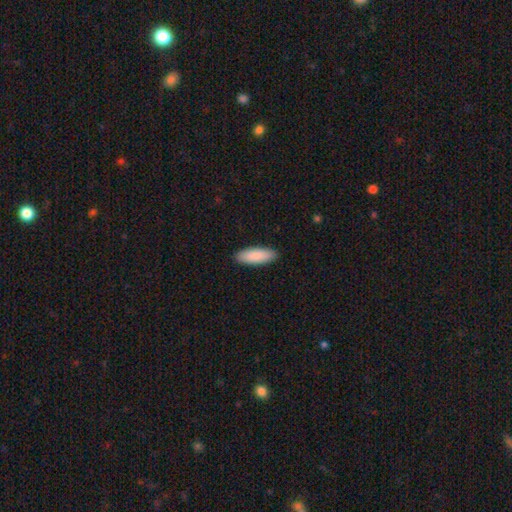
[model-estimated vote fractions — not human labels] Smooth or featured: smooth — 89% (featured or disk — 6%)
How rounded: in between — 63% (cigar-shaped — 36%)
Merging: none — 91% (minor disturbance — 7%)